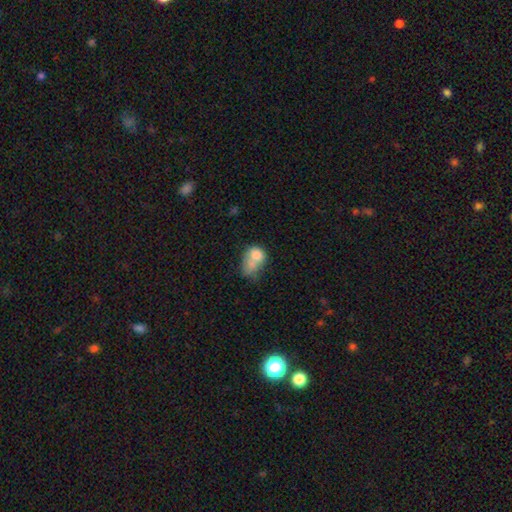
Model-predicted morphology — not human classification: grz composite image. It shows a smooth galaxy with no disk features (70%) that is in between round and cigar-shaped (58%). Merging: merger (60%).